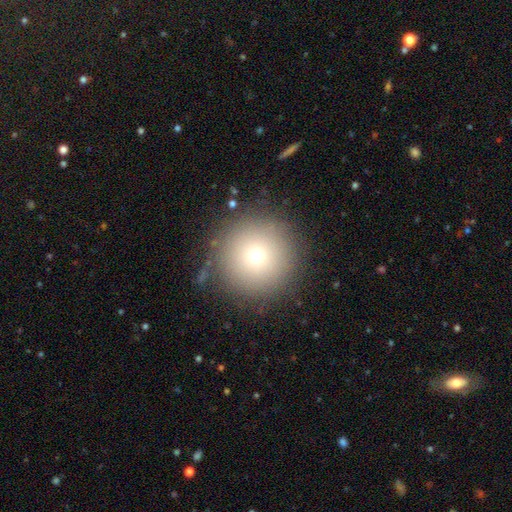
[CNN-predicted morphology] smooth_or_featured: smooth (p=0.75) [alt: star or artifact p=0.14]
how_rounded: round (p=0.96) [alt: in between p=0.03]
merging: none (p=0.87) [alt: minor disturbance p=0.08]